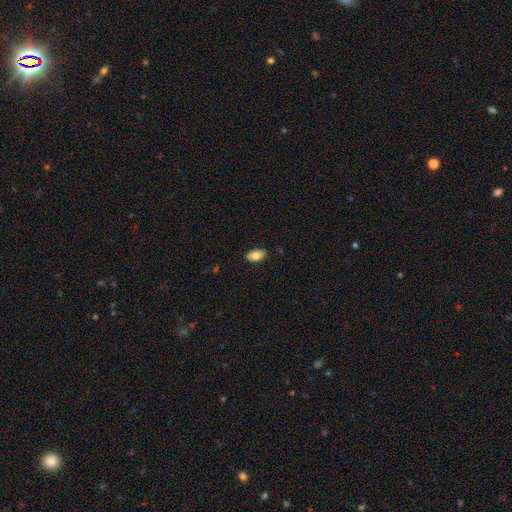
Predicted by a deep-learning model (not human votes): The model was most divided on "smooth or featured": smooth: 78%, featured or disk: 15%, star or artifact: 7%. More confident: how rounded — in between (93%); merging — none (85%).